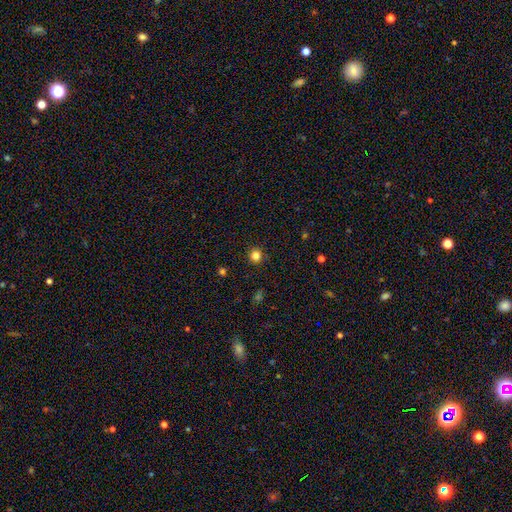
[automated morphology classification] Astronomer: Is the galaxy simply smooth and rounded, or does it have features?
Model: smooth — 83%.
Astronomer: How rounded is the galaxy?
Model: round — 93%.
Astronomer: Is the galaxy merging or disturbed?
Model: none — 91%.